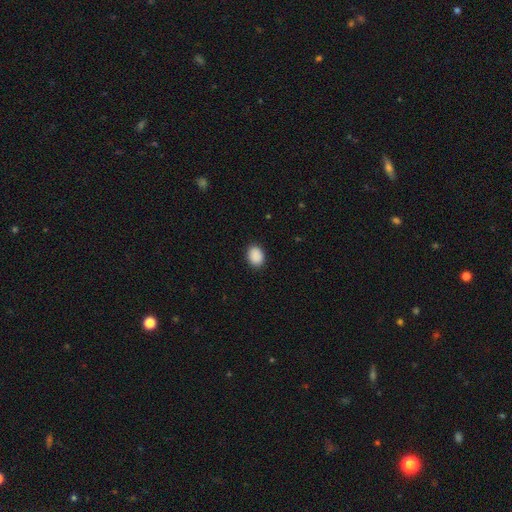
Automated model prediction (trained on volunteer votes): smooth_or_featured: smooth (p=0.90) [alt: star or artifact p=0.07]
how_rounded: in between (p=0.65) [alt: round p=0.34]
merging: none (p=0.89) [alt: minor disturbance p=0.08]